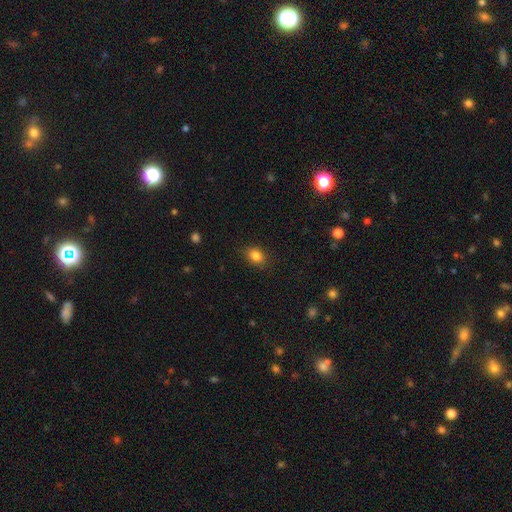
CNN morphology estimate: smooth-or-featured: smooth: 84% | star or artifact: 11% | featured or disk: 5%
  how-rounded: in between: 59% | round: 40% | cigar-shaped: 1%
  merging: none: 85% | minor disturbance: 11% | major disturbance: 3% | merger: 1%